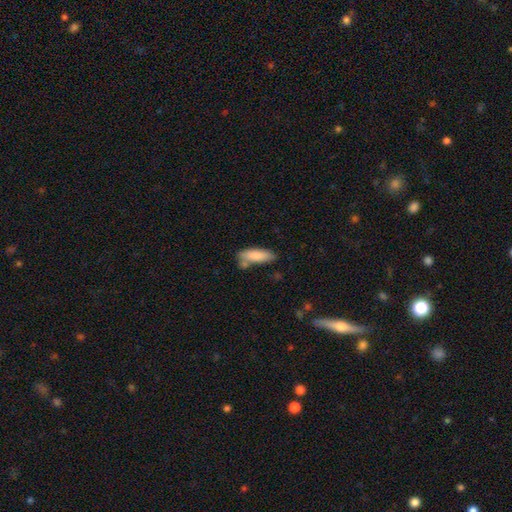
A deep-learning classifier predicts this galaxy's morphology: A smooth galaxy with no disk features (83%) that is in between round and cigar-shaped (53%). Merging: none (61%).